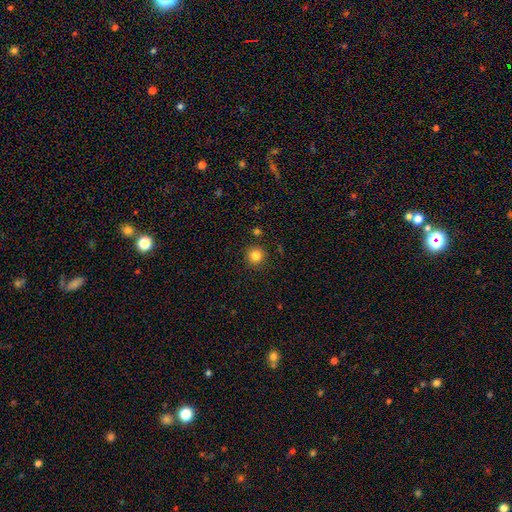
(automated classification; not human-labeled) smooth-or-featured: smooth: 83% | star or artifact: 12% | featured or disk: 5%
  how-rounded: round: 95% | in between: 4% | cigar-shaped: 1%
  merging: none: 89% | minor disturbance: 6% | merger: 3% | major disturbance: 2%